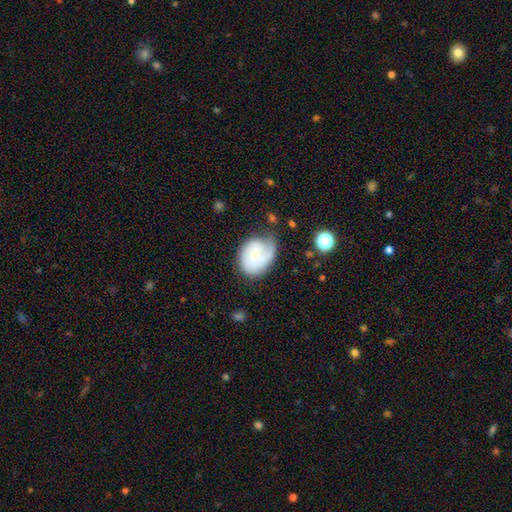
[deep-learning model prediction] Smooth or featured?
  - featured or disk: 51% *
  - smooth: 42%
  - star or artifact: 7%
Edge-on disk?
  - no: 97% *
  - yes: 3%
Merging?
  - none: 45% *
  - minor disturbance: 32%
  - major disturbance: 19%
  - merger: 4%